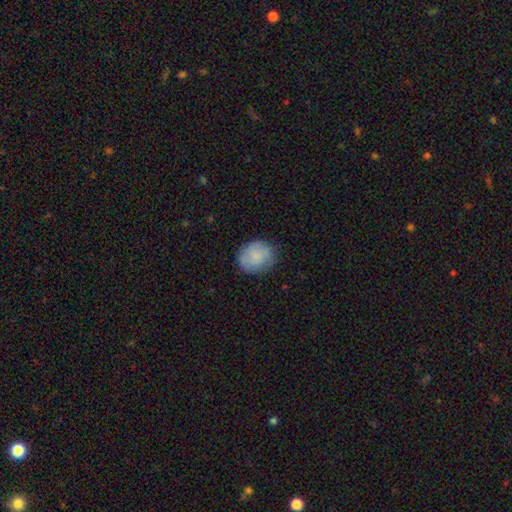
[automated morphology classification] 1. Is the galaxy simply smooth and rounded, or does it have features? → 78% smooth, 15% featured or disk, 7% star or artifact.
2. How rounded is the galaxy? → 68% round, 31% in between, 1% cigar-shaped.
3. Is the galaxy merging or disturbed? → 78% none, 16% minor disturbance, 5% major disturbance, 1% merger.